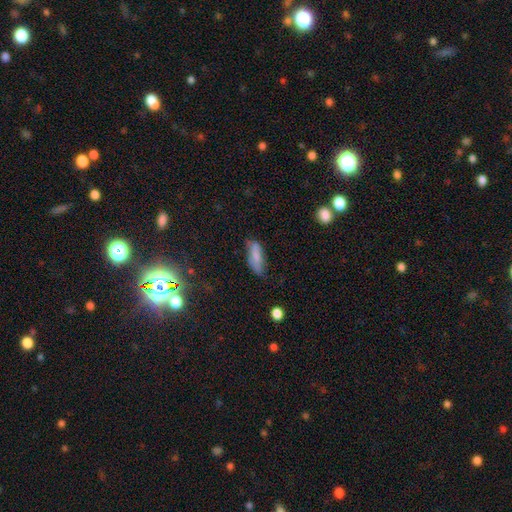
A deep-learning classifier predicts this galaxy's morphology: This is likely a smooth galaxy (72%). How rounded: possibly in between (60%). Merging: likely none (63%).